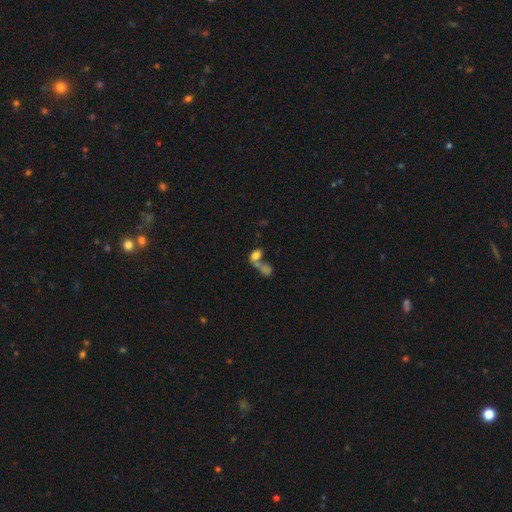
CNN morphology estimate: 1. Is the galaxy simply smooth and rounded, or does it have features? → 75% smooth, 14% featured or disk, 11% star or artifact.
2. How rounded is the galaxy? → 78% in between, 19% round, 3% cigar-shaped.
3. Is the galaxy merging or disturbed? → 60% merger, 25% none, 8% minor disturbance, 7% major disturbance.